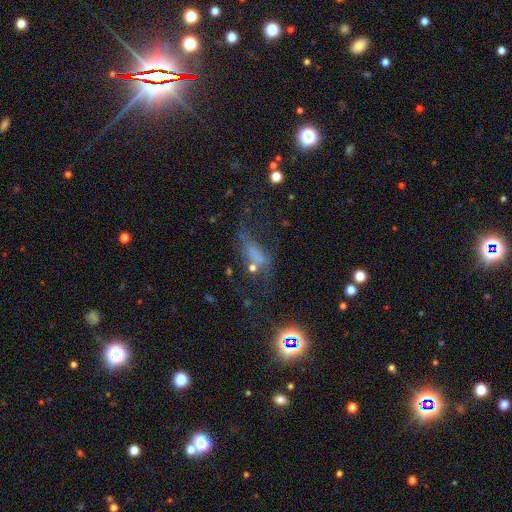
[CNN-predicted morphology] Q: Smooth or featured?
A: smooth (42%); runner-up: featured or disk (30%)
Q: Merging?
A: major disturbance (39%); runner-up: none (30%)